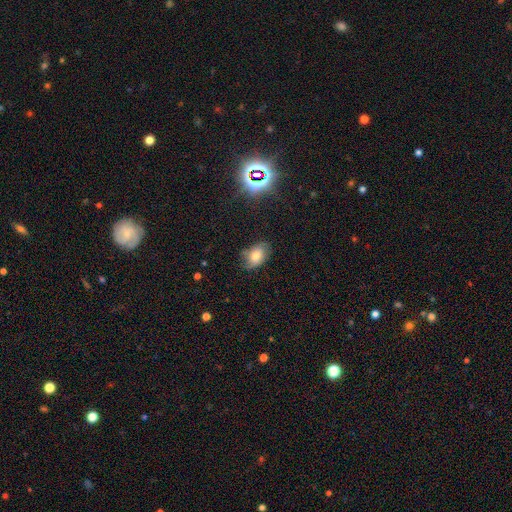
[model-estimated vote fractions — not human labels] Overall: smooth (70%). How rounded: in between (87%). Merging: none (68%).